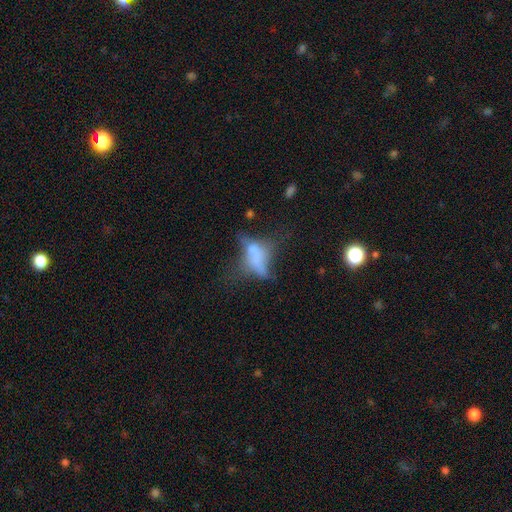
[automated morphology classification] Smooth or featured? featured or disk (43%)
Merging? major disturbance (37%)